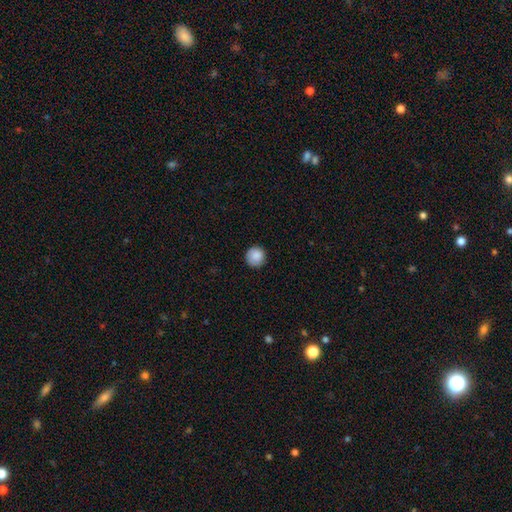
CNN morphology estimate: Q: Smooth or featured?
A: smooth (88%); runner-up: star or artifact (8%)
Q: How rounded?
A: round (95%); runner-up: in between (5%)
Q: Merging?
A: none (89%); runner-up: minor disturbance (9%)